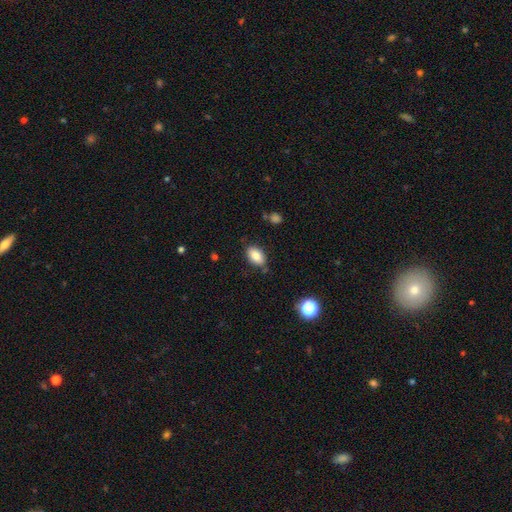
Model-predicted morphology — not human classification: Smooth or featured? smooth (85%)
How rounded? in between (91%)
Merging? none (80%)